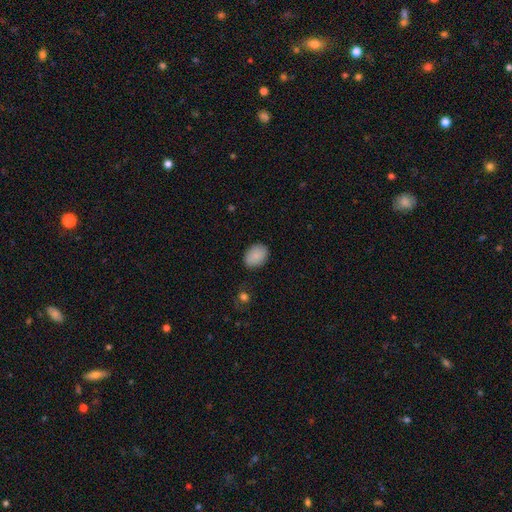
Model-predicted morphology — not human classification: Smooth or featured? smooth (88%)
How rounded? in between (74%)
Merging? none (85%)